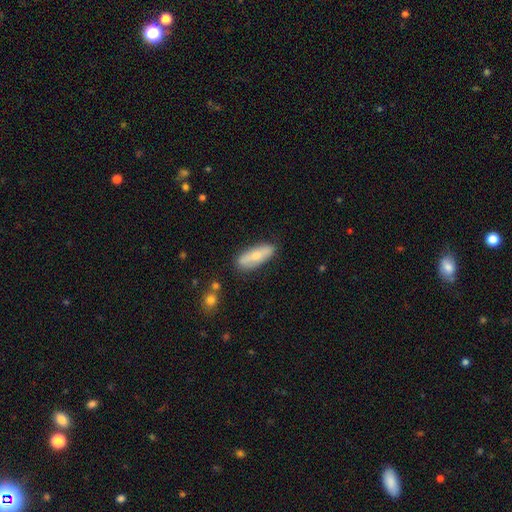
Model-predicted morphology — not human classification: Smooth or featured? smooth (63%)
How rounded? in between (57%)
Merging? none (82%)